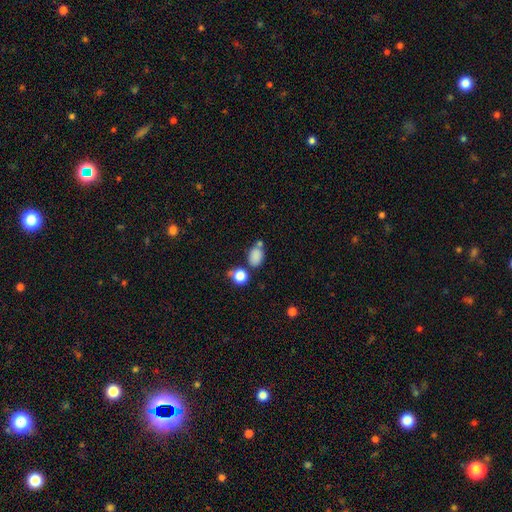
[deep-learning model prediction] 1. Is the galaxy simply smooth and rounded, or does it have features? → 83% smooth, 11% star or artifact, 6% featured or disk.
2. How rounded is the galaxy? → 70% in between, 28% round, 1% cigar-shaped.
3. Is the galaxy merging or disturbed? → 57% none, 21% merger, 17% minor disturbance, 6% major disturbance.